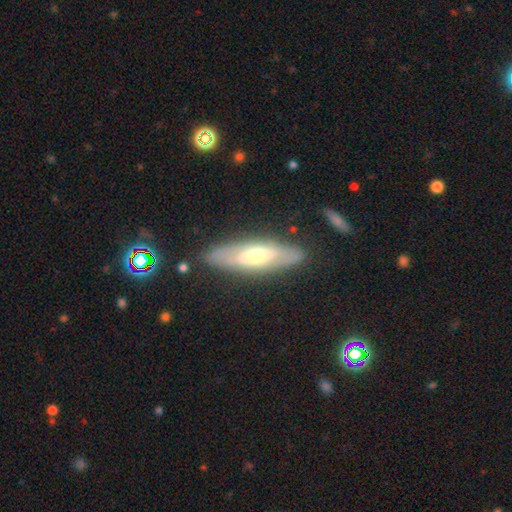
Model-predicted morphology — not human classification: smooth-or-featured: featured or disk: 61% | smooth: 31% | star or artifact: 8%
  disk-edge-on: yes: 54% | no: 46%
  merging: none: 82% | minor disturbance: 13% | major disturbance: 3% | merger: 2%